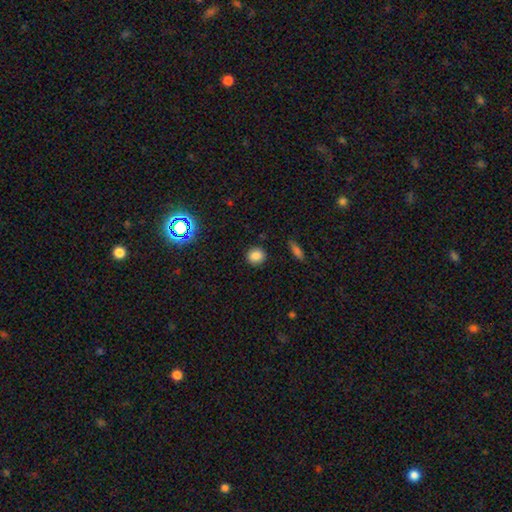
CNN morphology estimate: Smooth or featured?
  - smooth: 83% *
  - star or artifact: 12%
  - featured or disk: 5%
How rounded?
  - round: 85% *
  - in between: 13%
  - cigar-shaped: 1%
Merging?
  - none: 89% *
  - minor disturbance: 7%
  - major disturbance: 2%
  - merger: 1%